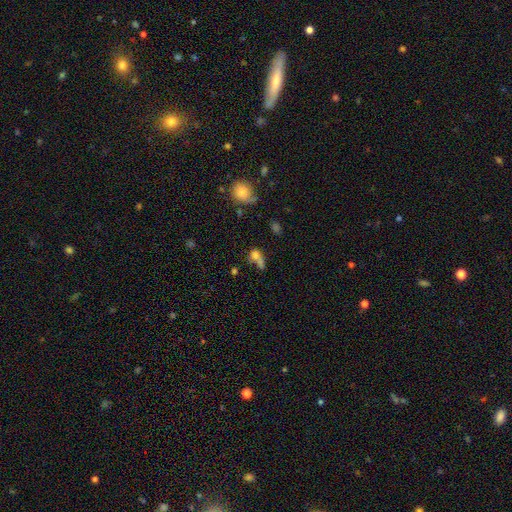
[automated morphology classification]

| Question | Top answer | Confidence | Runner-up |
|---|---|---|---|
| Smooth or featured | smooth | 68% | featured or disk (17%) |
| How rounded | round | 49% | in between (43%) |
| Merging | merger | 38% | none (32%) |